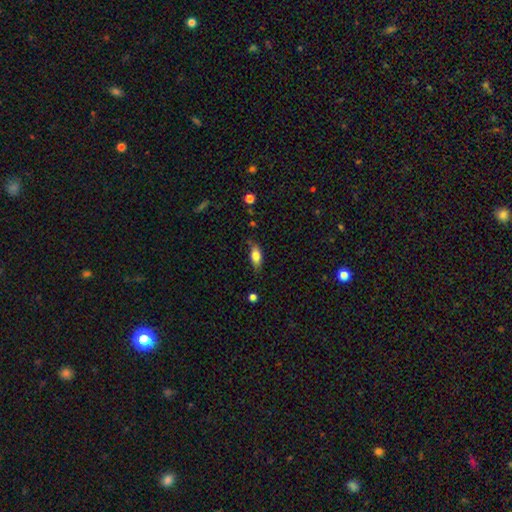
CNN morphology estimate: The model was most divided on "merging": none: 72%, minor disturbance: 22%, major disturbance: 4%, merger: 2%. More confident: how rounded — in between (81%); smooth or featured — smooth (75%).